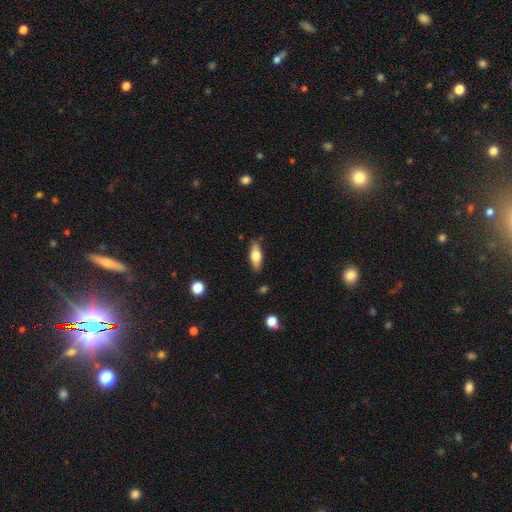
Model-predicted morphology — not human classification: The model was most divided on "smooth or featured": smooth: 66%, featured or disk: 28%, star or artifact: 7%. More confident: merging — none (84%); how rounded — in between (70%).